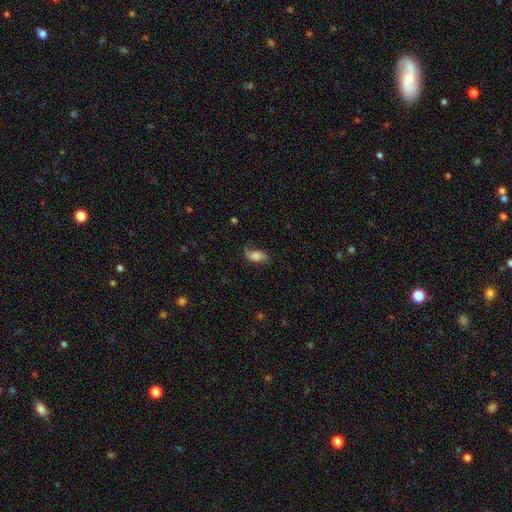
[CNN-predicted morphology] Smooth or featured? Predicted: smooth (p=0.60). How rounded? Predicted: in between (p=0.89). Merging? Predicted: none (p=0.48).